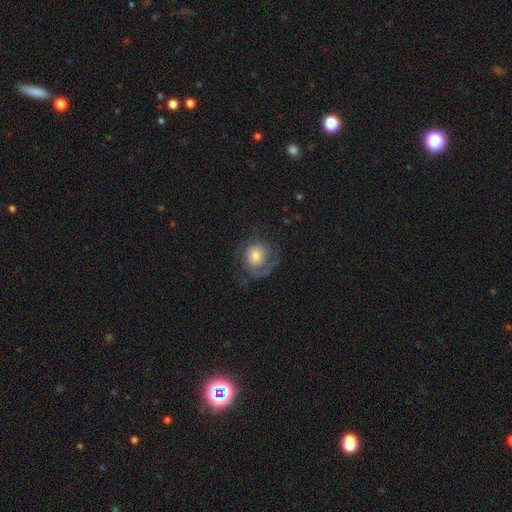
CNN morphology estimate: smooth_or_featured: featured or disk (p=0.55) [alt: smooth p=0.37]
disk_edge_on: no (p=0.97) [alt: yes p=0.03]
bar: no (p=0.78) [alt: weak p=0.18]
has_spiral_arms: yes (p=0.83) [alt: no p=0.17]
bulge_size: moderate (p=0.46) [alt: large p=0.26]
merging: none (p=0.62) [alt: minor disturbance p=0.18]